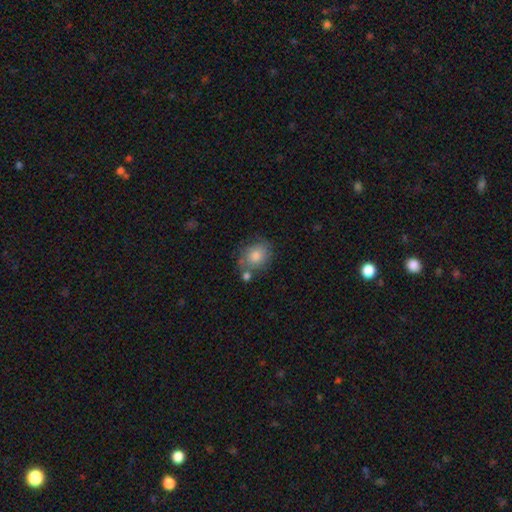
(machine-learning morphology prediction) type=smooth (74%); roundness=round (57%); merging=none (61%).